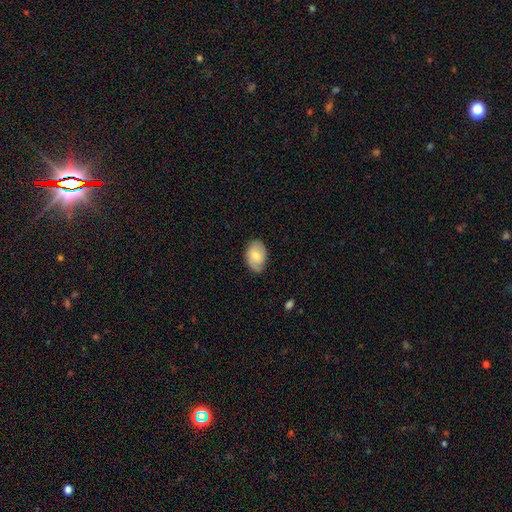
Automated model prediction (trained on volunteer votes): Morphology: type=smooth (70%); roundness=in between (85%); merging=none (75%).